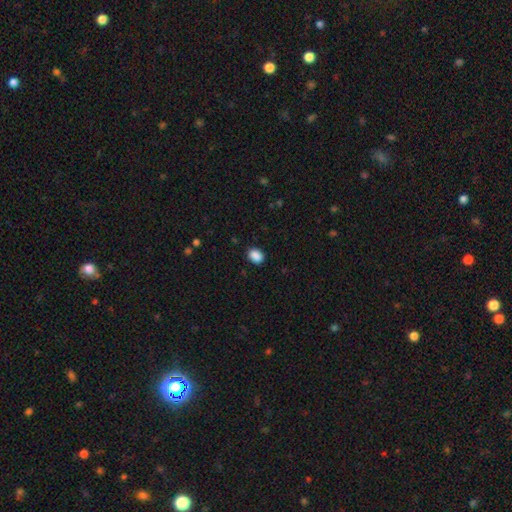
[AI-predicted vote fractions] A smooth galaxy with no disk features (89%) that is in between round and cigar-shaped (66%). Merging: none (87%).